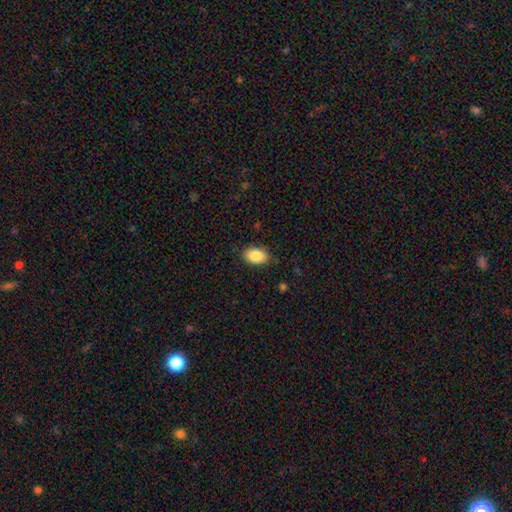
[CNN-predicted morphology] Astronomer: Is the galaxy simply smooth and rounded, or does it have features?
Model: smooth — 87%.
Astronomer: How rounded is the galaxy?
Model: in between — 88%.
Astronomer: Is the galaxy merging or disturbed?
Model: none — 84%.